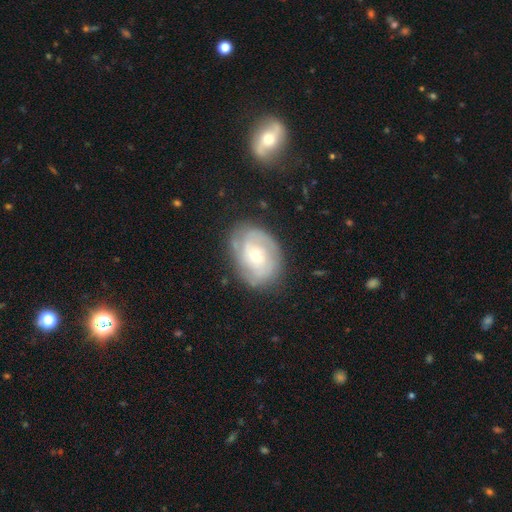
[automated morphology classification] smooth_or_featured: featured or disk (p=0.72) [alt: smooth p=0.22]
disk_edge_on: no (p=0.96) [alt: yes p=0.04]
bar: no (p=0.71) [alt: weak p=0.24]
has_spiral_arms: yes (p=0.85) [alt: no p=0.15]
spiral_winding: tight (p=0.57) [alt: medium p=0.32]
spiral_arm_count: 2 (p=0.39) [alt: can't tell p=0.34]
bulge_size: moderate (p=0.50) [alt: small p=0.46]
merging: none (p=0.74) [alt: minor disturbance p=0.18]